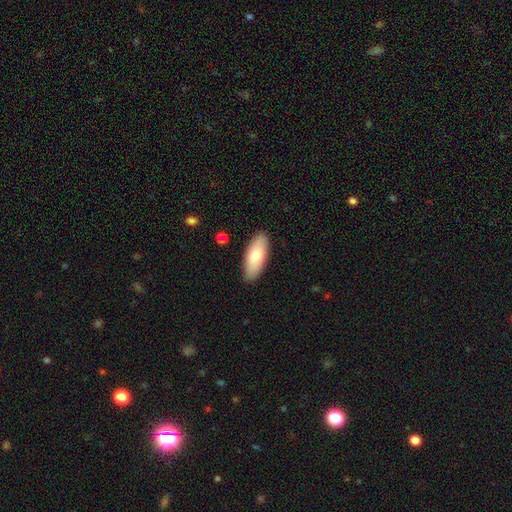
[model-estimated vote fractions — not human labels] This appears to be a smooth galaxy with no disk features (75%) that is in between round and cigar-shaped (81%). Merging: none (88%).